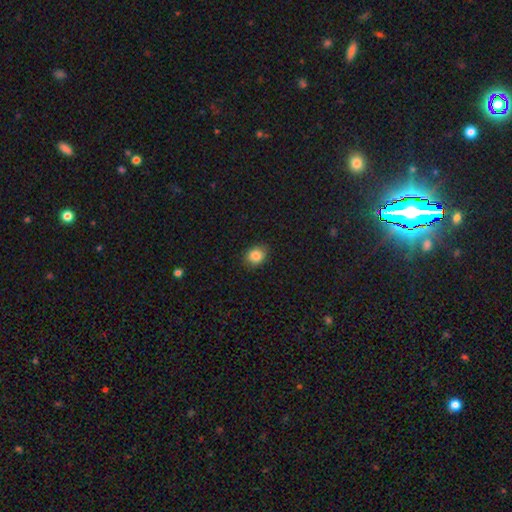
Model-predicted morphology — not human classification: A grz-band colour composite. It shows a smooth galaxy with no disk features (85%) that is round (58%). Merging: none (84%).